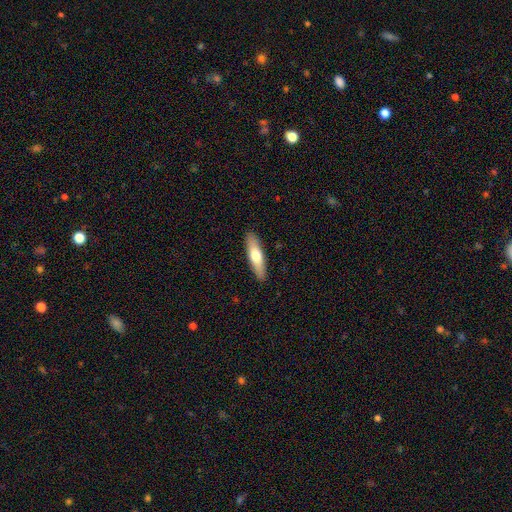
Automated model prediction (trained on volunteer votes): smooth 64%, featured or disk 31%, star or artifact 5%. Down the decision tree: how rounded — cigar-shaped (69%); merging — none (90%).